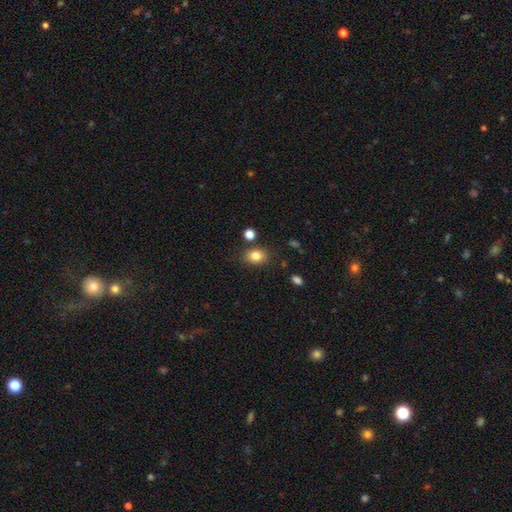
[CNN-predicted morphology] This appears to be a smooth galaxy with no disk features (83%) that is in between round and cigar-shaped (58%). Merging: none (81%).